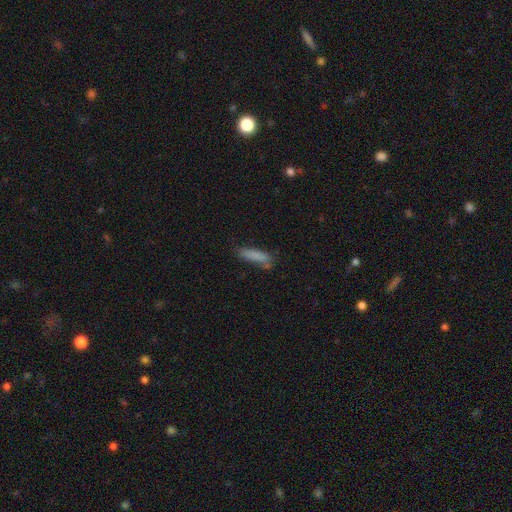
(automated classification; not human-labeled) Overall: smooth (82%). How rounded: cigar-shaped (71%). Merging: none (64%).